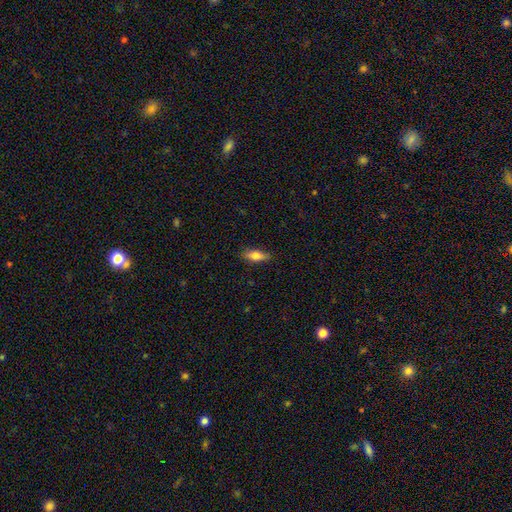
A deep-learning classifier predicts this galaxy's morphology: type=smooth (76%); roundness=in between (70%); merging=none (85%).